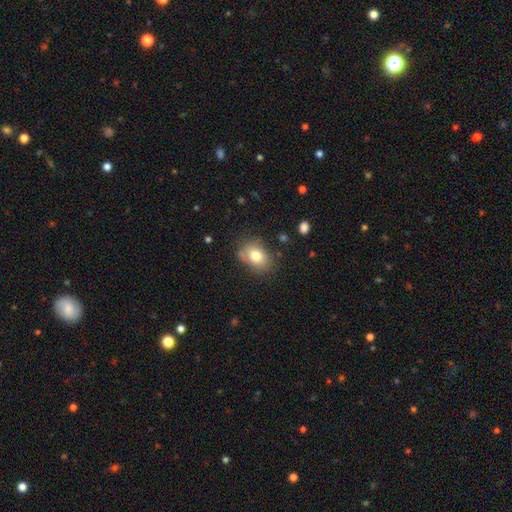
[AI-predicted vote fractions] This is likely a smooth galaxy (77%). How rounded: likely in between (72%). Merging: likely none (72%).